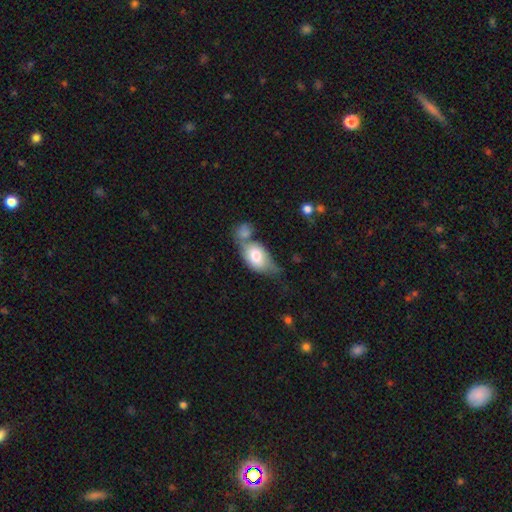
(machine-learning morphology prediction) The model was most divided on "merging": merger: 37%, none: 28%, minor disturbance: 22%, major disturbance: 13%. More confident: how rounded — in between (85%); smooth or featured — smooth (69%).